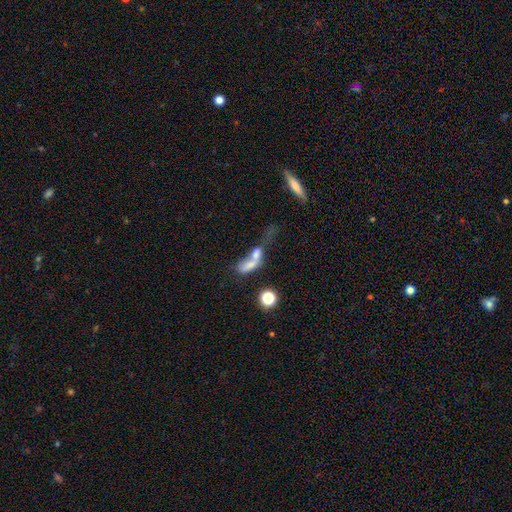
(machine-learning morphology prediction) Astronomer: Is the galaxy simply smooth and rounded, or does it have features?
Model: smooth — 57%.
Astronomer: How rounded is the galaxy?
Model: in between — 56%.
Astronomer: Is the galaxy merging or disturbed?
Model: merger — 64%.